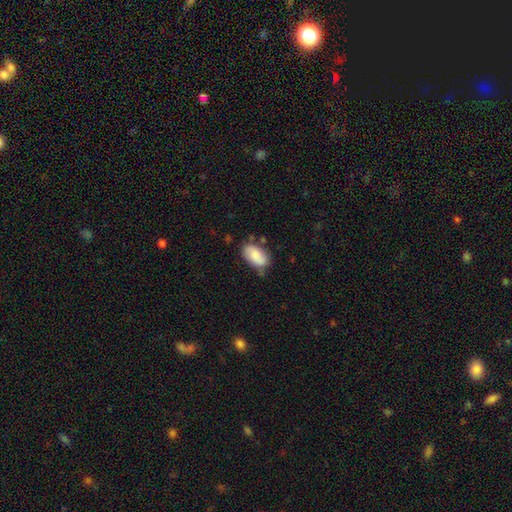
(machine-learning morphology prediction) A smooth galaxy with no disk features (80%) that is in between round and cigar-shaped (94%).

Vote fractions:
- Smooth or featured? smooth: 80% / featured or disk: 13% / star or artifact: 6%
- How rounded? in between: 94% / round: 4% / cigar-shaped: 2%
- Merging? none: 65% / minor disturbance: 25% / major disturbance: 5% / merger: 5%